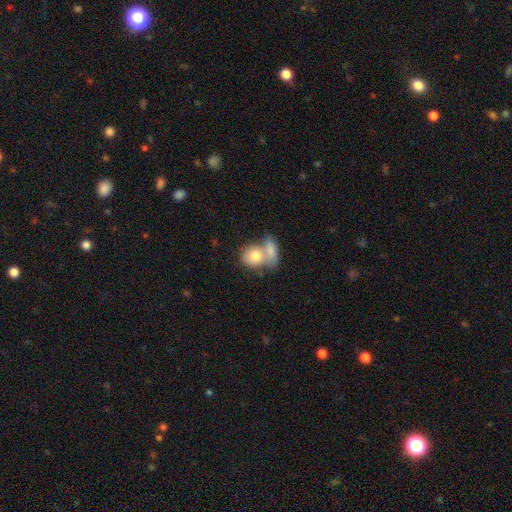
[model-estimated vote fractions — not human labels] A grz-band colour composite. It shows a smooth galaxy with no disk features (75%) that is round (59%). Merging: merger (61%).